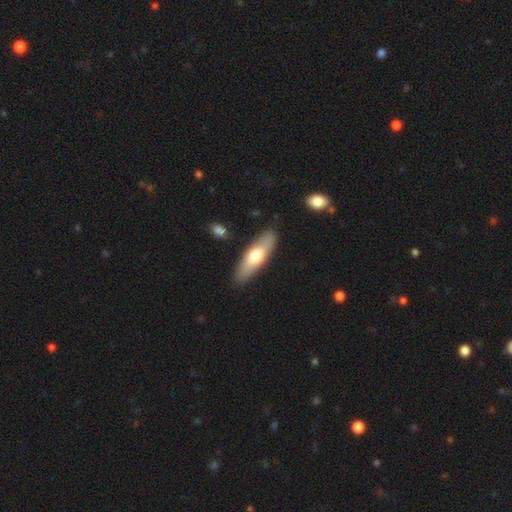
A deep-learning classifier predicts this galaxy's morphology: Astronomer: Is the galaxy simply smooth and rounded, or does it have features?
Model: smooth — 61%.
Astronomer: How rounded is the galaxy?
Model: cigar-shaped — 53% (runner-up: in between, 45%).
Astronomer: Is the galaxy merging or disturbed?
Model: none — 86%.